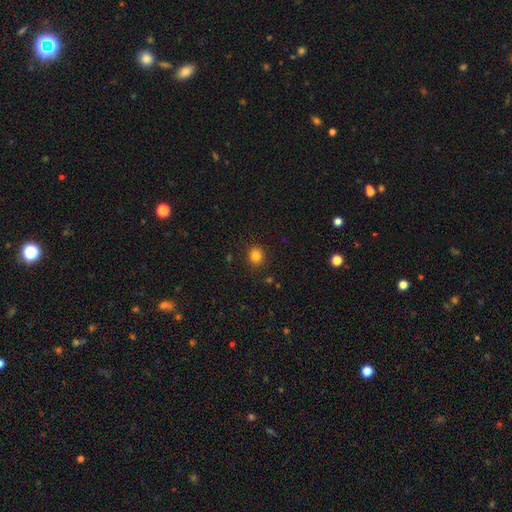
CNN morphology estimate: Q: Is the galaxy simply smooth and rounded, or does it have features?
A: smooth — 83%.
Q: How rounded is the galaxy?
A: round — 82%.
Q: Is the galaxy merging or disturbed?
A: none — 90%.